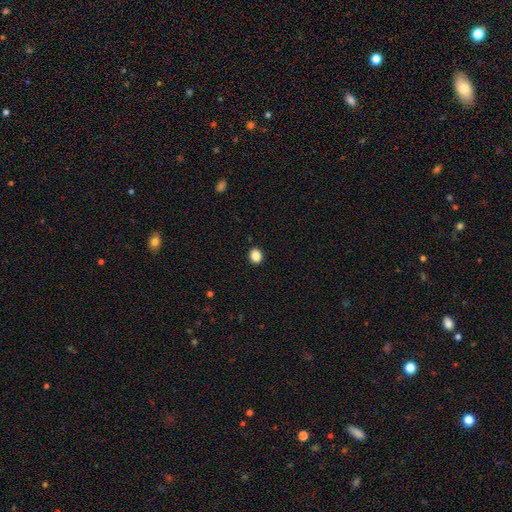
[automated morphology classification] A smooth galaxy with no disk features (87%) that is round (68%). Merging: none (92%).